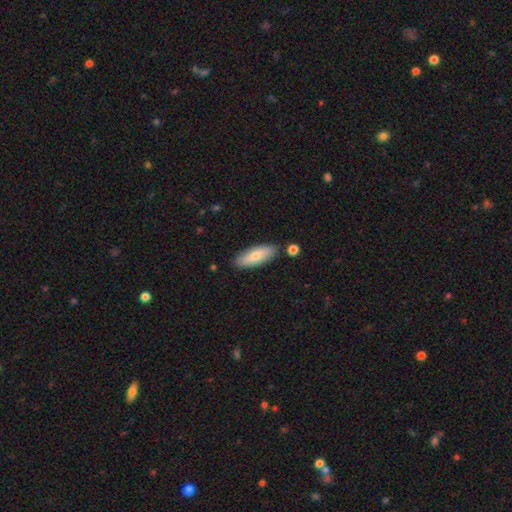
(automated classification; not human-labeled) This appears to be a smooth galaxy with no disk features (74%) that is in between round and cigar-shaped (70%). Merging: none (84%).